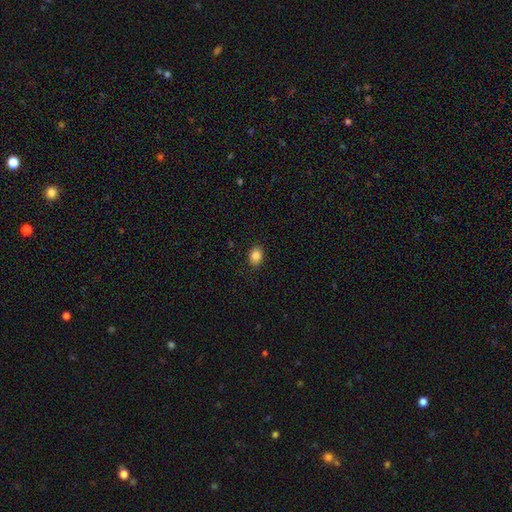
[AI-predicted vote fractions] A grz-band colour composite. It shows a smooth galaxy with no disk features (86%) that is in between round and cigar-shaped (64%). Merging: none (88%).